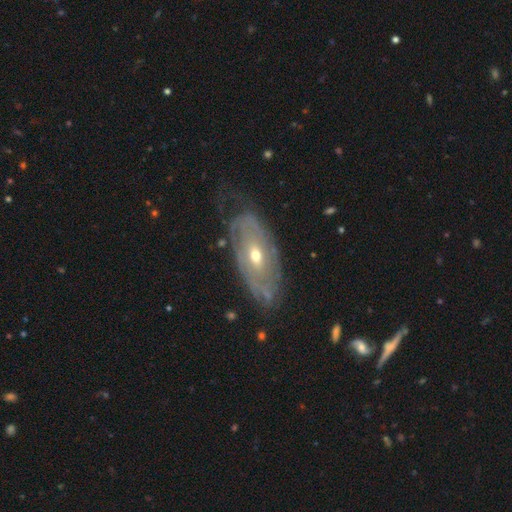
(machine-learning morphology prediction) type=featured or disk (75%); edge-on=no (88%); bar=no (66%); spiral arms=yes (68%); bulge=moderate (52%); merging=none (65%).